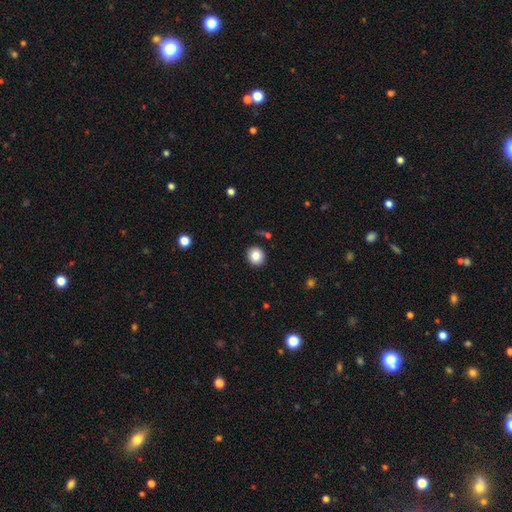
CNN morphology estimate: smooth_or_featured: smooth (p=0.85) [alt: star or artifact p=0.09]
how_rounded: round (p=0.86) [alt: in between p=0.13]
merging: none (p=0.90) [alt: minor disturbance p=0.06]